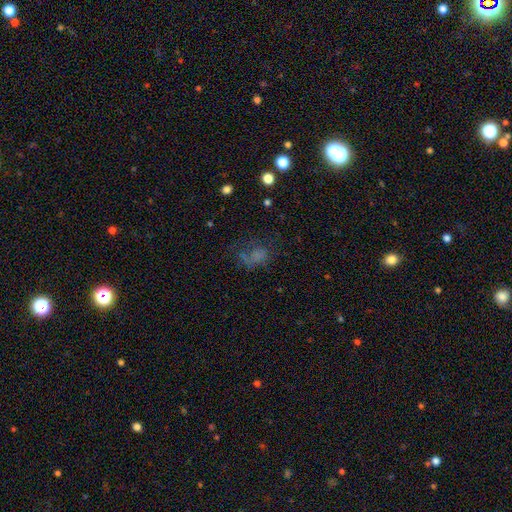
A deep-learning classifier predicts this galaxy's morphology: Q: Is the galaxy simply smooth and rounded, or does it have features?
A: smooth — 47%.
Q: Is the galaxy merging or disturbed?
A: none — 39%.